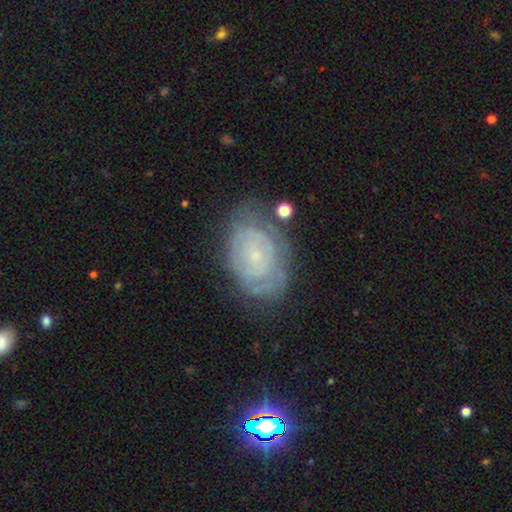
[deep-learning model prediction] The model was most divided on "spiral arm count": can't tell: 54%, 2: 21%, 3: 10%, 4: 6%, 1: 5%, more than 4: 4%. More confident: edge-on disk — no (97%); spiral arms — yes (83%); bulge size — small (80%); spiral winding — tight (75%); bar — no (75%); smooth or featured — featured or disk (73%); merging — none (66%).